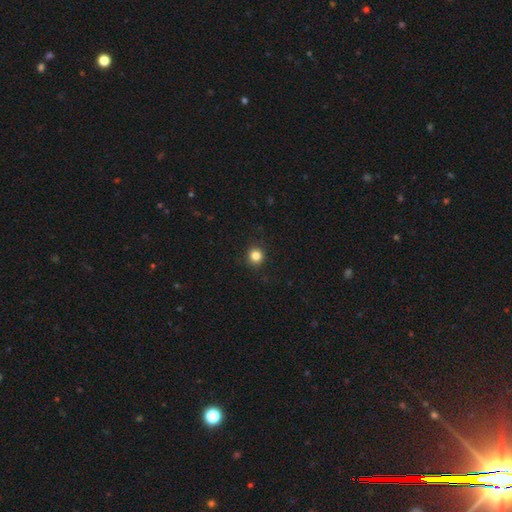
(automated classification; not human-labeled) This appears to be a smooth galaxy with no disk features (83%) that is round (92%). Merging: none (91%).